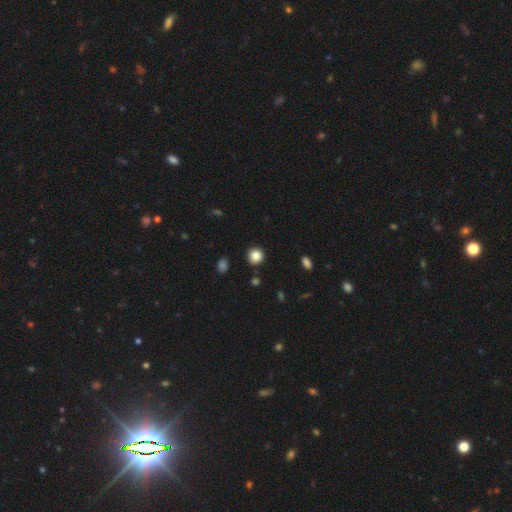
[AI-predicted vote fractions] smooth-or-featured: smooth: 85% | star or artifact: 10% | featured or disk: 5%
  how-rounded: round: 90% | in between: 9% | cigar-shaped: 1%
  merging: none: 88% | minor disturbance: 8% | major disturbance: 2% | merger: 2%